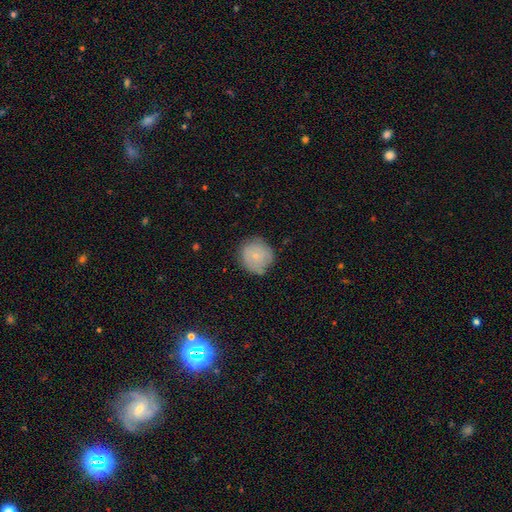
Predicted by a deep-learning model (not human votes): Smooth or featured: smooth — 72% (featured or disk — 21%)
How rounded: round — 91% (in between — 8%)
Merging: none — 72% (minor disturbance — 21%)